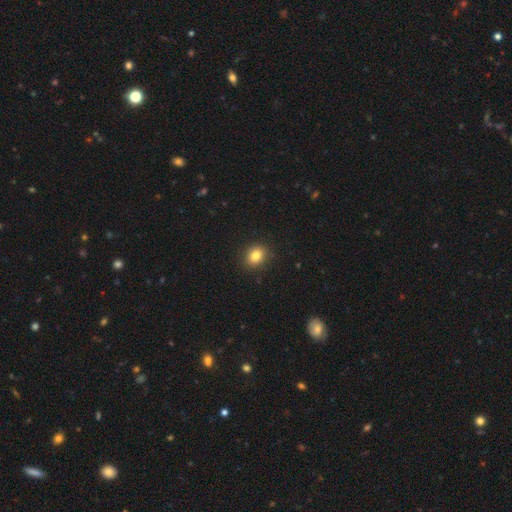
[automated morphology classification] Q: Smooth or featured?
A: smooth (82%); runner-up: star or artifact (11%)
Q: How rounded?
A: round (55%); runner-up: in between (44%)
Q: Merging?
A: none (90%); runner-up: minor disturbance (7%)